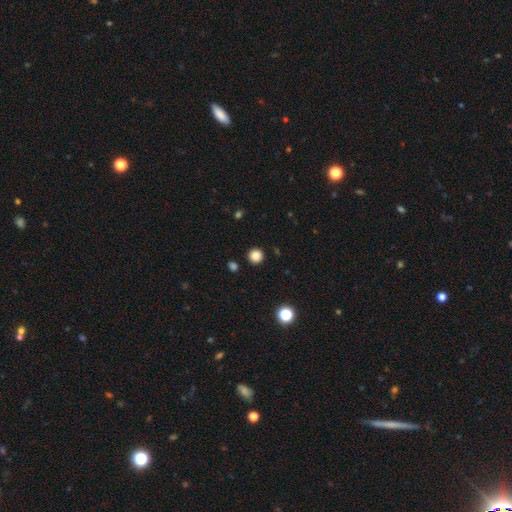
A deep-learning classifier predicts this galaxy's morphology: This is clearly a smooth galaxy (85%). How rounded: clearly round (95%). Merging: clearly none (92%).